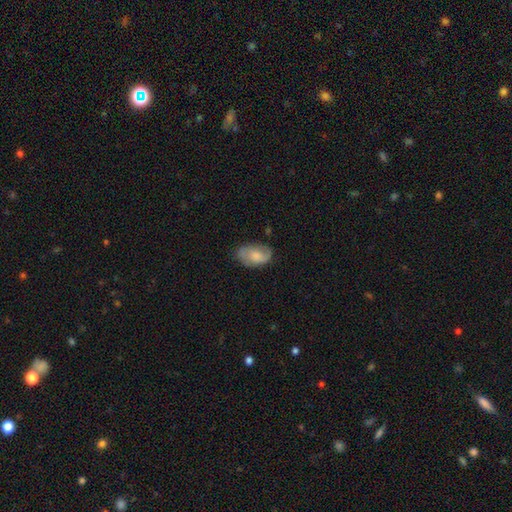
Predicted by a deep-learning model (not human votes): A smooth galaxy with no disk features (51%) that is in between round and cigar-shaped (90%). Merging: none (64%).